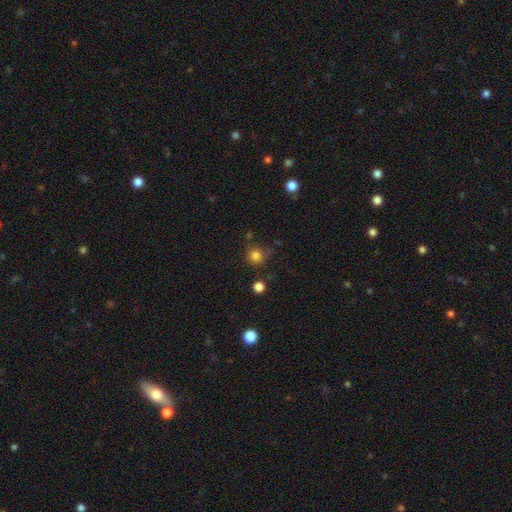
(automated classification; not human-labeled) Smooth or featured? Predicted: smooth (p=0.81). How rounded? Predicted: round (p=0.93). Merging? Predicted: none (p=0.78).